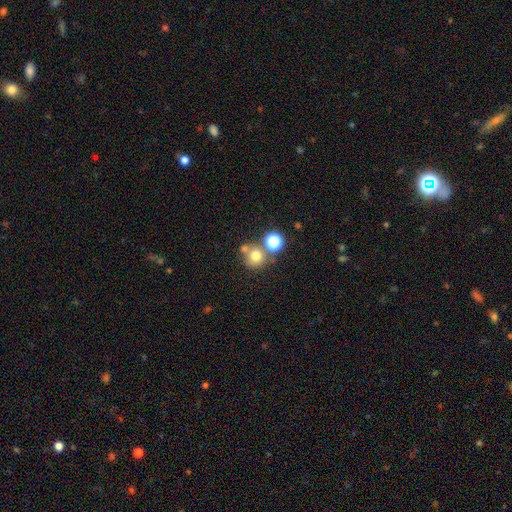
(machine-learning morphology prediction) smooth 71%, star or artifact 17%, featured or disk 12%. Down the decision tree: how rounded — round (88%); merging — none (57%).